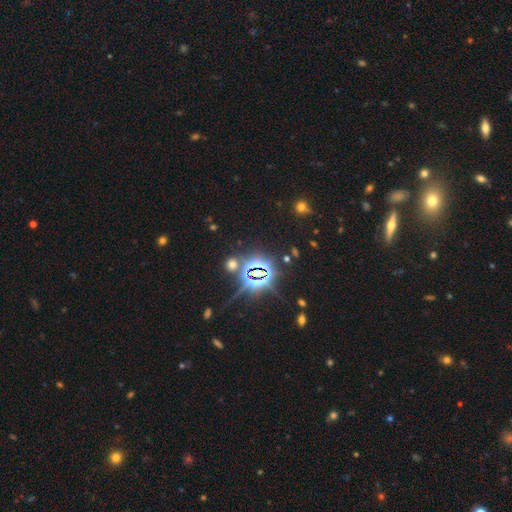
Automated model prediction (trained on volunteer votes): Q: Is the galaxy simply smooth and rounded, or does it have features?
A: star or artifact — 81%.